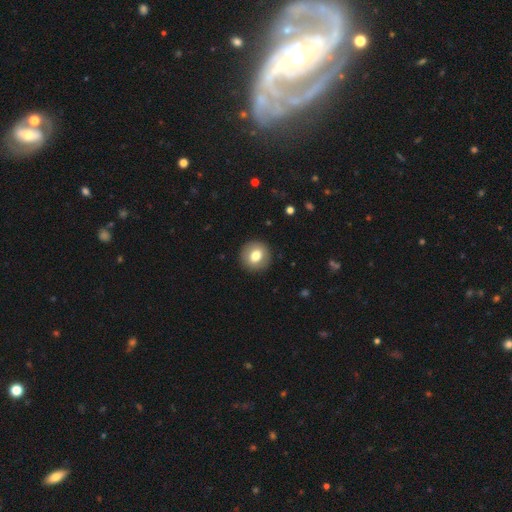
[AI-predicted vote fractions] smooth 75%, featured or disk 17%, star or artifact 8%. Down the decision tree: how rounded — round (87%); merging — none (91%).